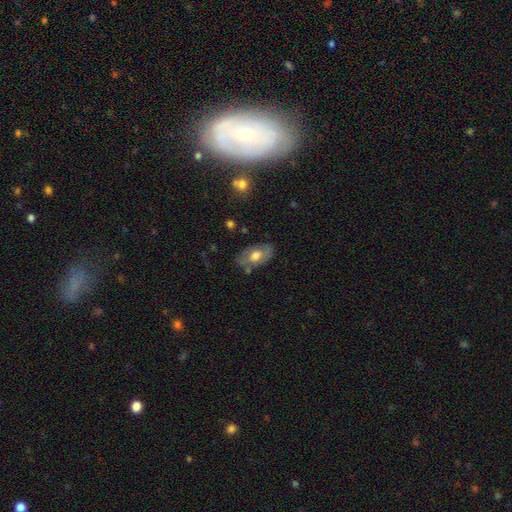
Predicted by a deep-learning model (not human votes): Morphology: type=smooth (53%); roundness=in between (91%); merging=none (69%).